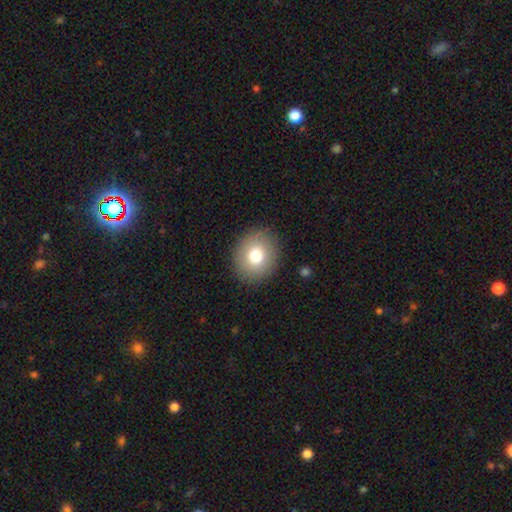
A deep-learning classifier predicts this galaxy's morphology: A smooth galaxy with no disk features (77%) that is round (74%).

Vote fractions:
- Smooth or featured? smooth: 77% / featured or disk: 13% / star or artifact: 10%
- How rounded? round: 74% / in between: 25% / cigar-shaped: 1%
- Merging? none: 89% / minor disturbance: 7% / major disturbance: 3% / merger: 1%